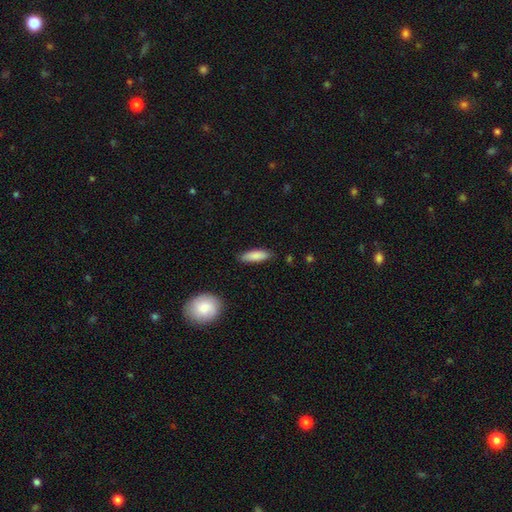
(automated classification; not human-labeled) Overall: smooth (85%). How rounded: in between (53%; cigar-shaped 45%). Merging: none (84%).